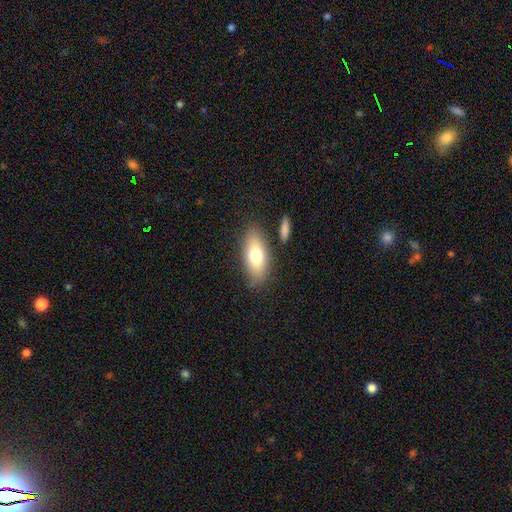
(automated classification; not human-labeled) The model was most divided on "smooth or featured": smooth: 74%, featured or disk: 19%, star or artifact: 7%. More confident: how rounded — in between (83%); merging — none (79%).